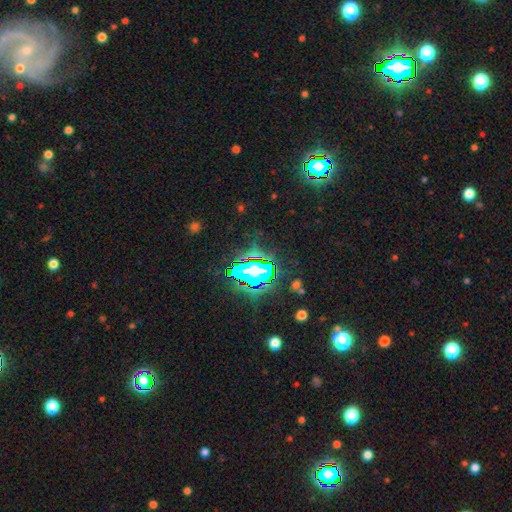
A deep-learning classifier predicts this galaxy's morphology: type=star or artifact (79%).